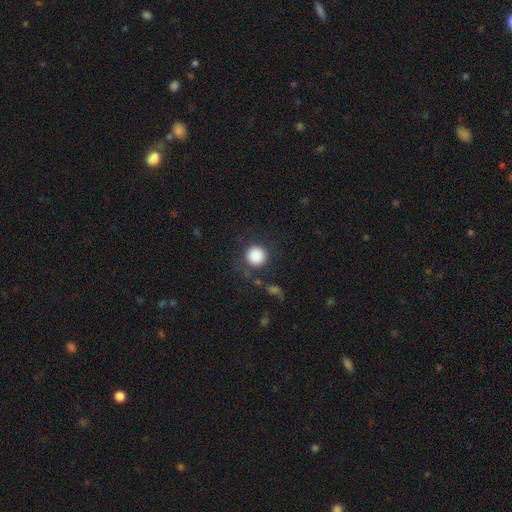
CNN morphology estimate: The model was most divided on "merging": none: 83%, minor disturbance: 8%, major disturbance: 6%, merger: 3%. More confident: how rounded — round (95%); smooth or featured — smooth (87%).